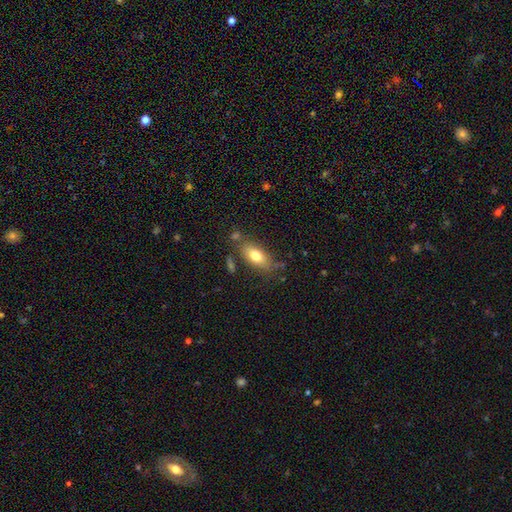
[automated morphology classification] Smooth or featured?
  - smooth: 75% *
  - featured or disk: 17%
  - star or artifact: 7%
How rounded?
  - in between: 84% *
  - cigar-shaped: 12%
  - round: 4%
Merging?
  - none: 72% *
  - minor disturbance: 17%
  - merger: 7%
  - major disturbance: 5%